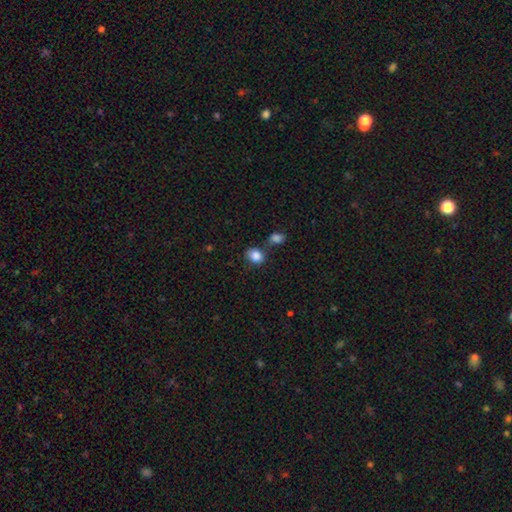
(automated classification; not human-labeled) This is clearly a smooth galaxy (86%). How rounded: possibly in between (56%). Merging: likely none (61%).